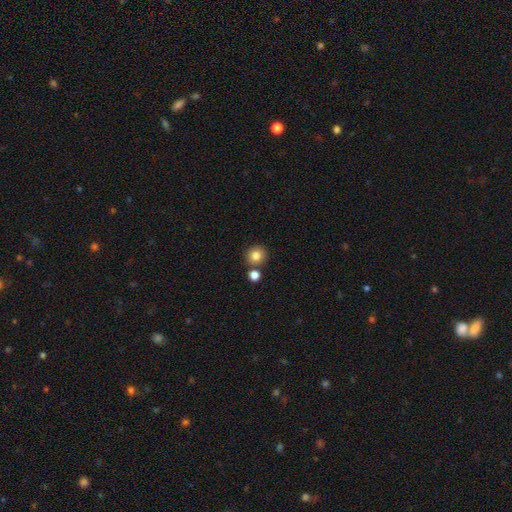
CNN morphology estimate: Smooth or featured: smooth — 83% (star or artifact — 11%)
How rounded: round — 90% (in between — 9%)
Merging: none — 77% (merger — 13%)